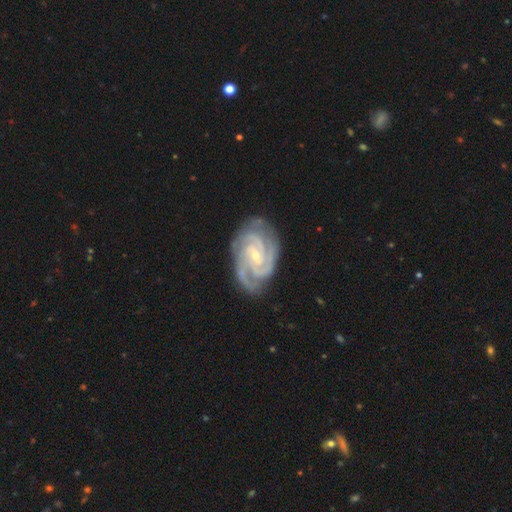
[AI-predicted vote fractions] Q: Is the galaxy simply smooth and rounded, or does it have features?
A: featured or disk — 93%.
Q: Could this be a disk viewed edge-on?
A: no — 98%.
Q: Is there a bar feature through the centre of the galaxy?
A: no — 45%.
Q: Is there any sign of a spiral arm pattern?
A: yes — 99%.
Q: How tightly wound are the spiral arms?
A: tight — 68%.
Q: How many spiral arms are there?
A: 3 — 44%.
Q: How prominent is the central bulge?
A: small — 72%.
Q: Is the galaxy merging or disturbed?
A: none — 78%.